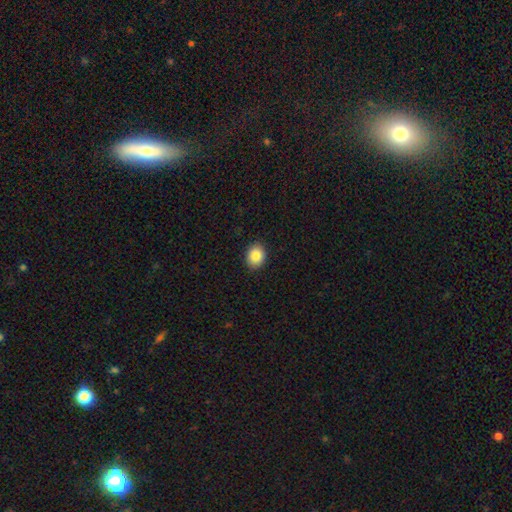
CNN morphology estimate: The model was most divided on "how rounded": round: 50%, in between: 49%, cigar-shaped: 1%. More confident: merging — none (90%); smooth or featured — smooth (86%).